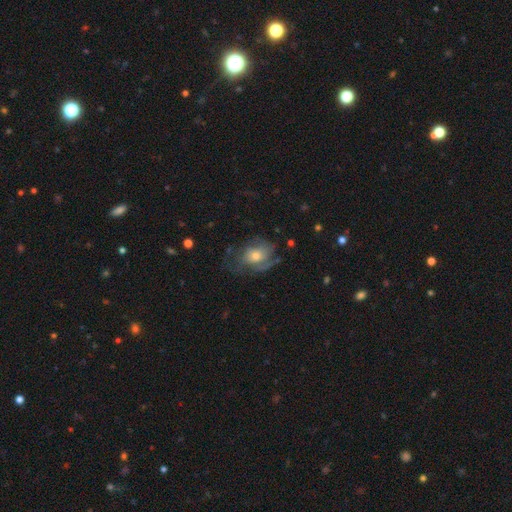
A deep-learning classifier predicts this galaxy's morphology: Smooth or featured: featured or disk — 59% (smooth — 31%)
Edge-on disk: no — 96% (yes — 4%)
Bar: no — 78% (weak — 19%)
Spiral arms: yes — 72% (no — 28%)
Bulge size: moderate — 56% (small — 31%)
Merging: none — 52% (minor disturbance — 23%)